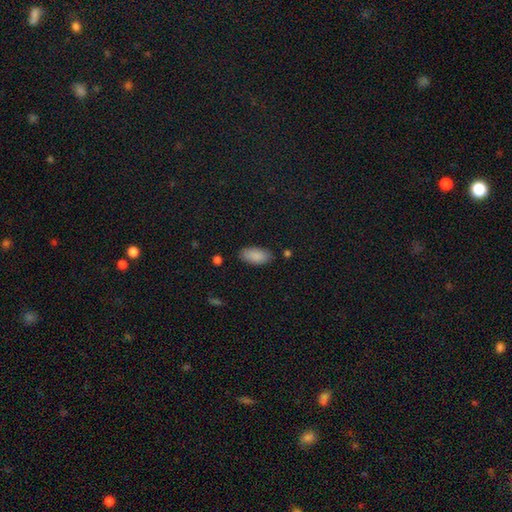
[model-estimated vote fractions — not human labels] Smooth or featured? smooth (89%)
How rounded? in between (93%)
Merging? none (83%)